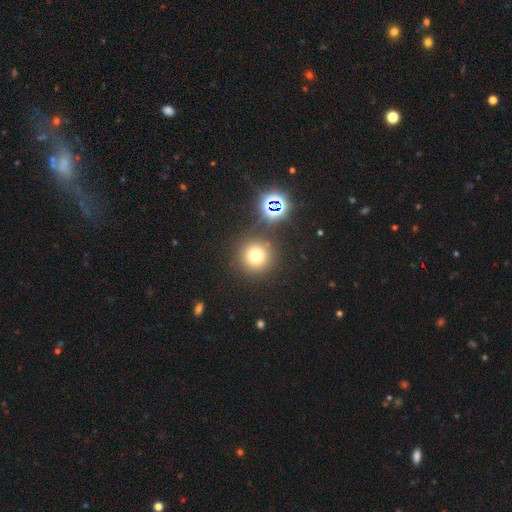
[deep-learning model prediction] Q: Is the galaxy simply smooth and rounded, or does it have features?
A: smooth — 70%.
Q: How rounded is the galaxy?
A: round — 95%.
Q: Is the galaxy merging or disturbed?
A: none — 82%.